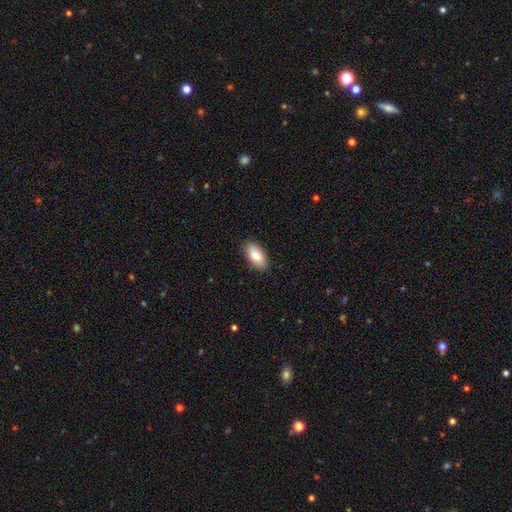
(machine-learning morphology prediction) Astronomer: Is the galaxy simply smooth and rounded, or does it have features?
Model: smooth — 85%.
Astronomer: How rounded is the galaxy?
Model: in between — 92%.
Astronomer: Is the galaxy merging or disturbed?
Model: none — 88%.